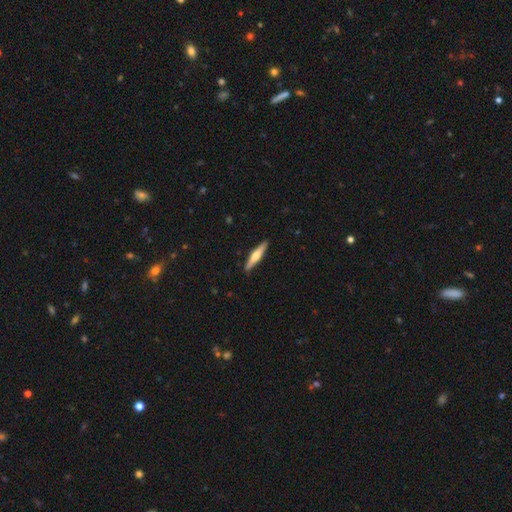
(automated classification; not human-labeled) Overall: featured or disk (54%; smooth 41%). Edge-on disk: yes (97%). Edge-on bulge: rounded (84%). Merging: none (90%).